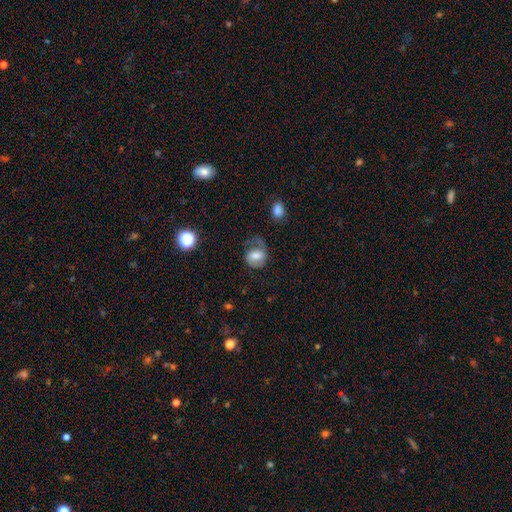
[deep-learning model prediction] A featured or disk galaxy (46%). Merging: none (43%).